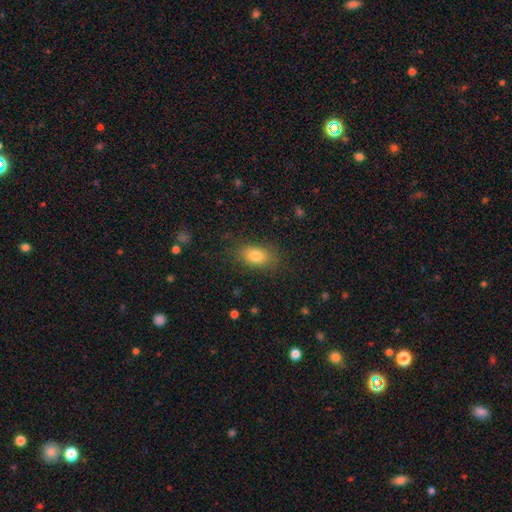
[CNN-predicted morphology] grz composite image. It shows a smooth galaxy with no disk features (82%) that is in between round and cigar-shaped (83%). Merging: none (81%).